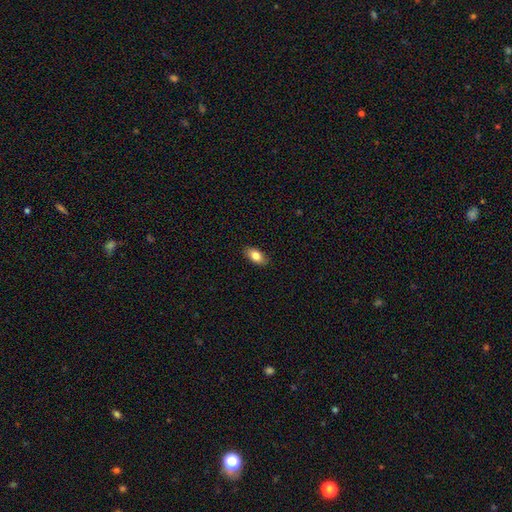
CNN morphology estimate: Smooth or featured?
  - smooth: 83% *
  - featured or disk: 10%
  - star or artifact: 7%
How rounded?
  - in between: 91% *
  - round: 5%
  - cigar-shaped: 5%
Merging?
  - none: 88% *
  - minor disturbance: 9%
  - major disturbance: 2%
  - merger: 1%